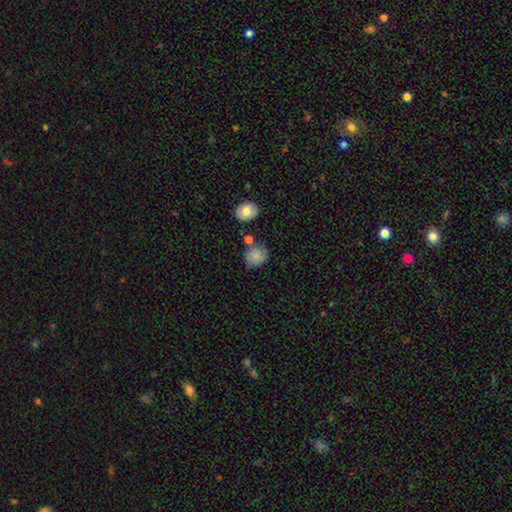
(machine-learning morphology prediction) Q: Smooth or featured?
A: smooth (83%); runner-up: star or artifact (9%)
Q: How rounded?
A: round (73%); runner-up: in between (26%)
Q: Merging?
A: none (69%); runner-up: minor disturbance (18%)